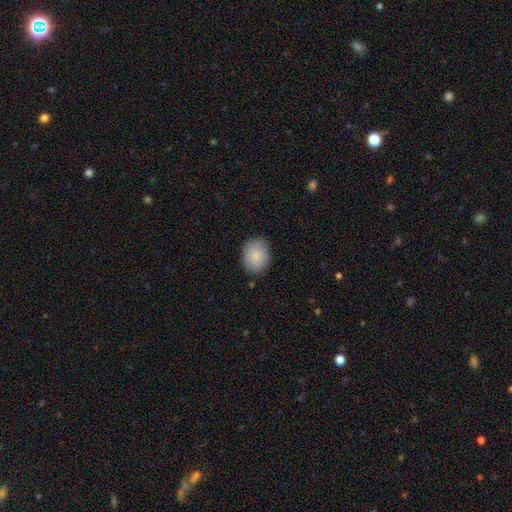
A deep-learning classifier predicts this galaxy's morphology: The model was most divided on "how rounded": in between: 53%, round: 47%, cigar-shaped: 1%. More confident: merging — none (83%); smooth or featured — smooth (82%).